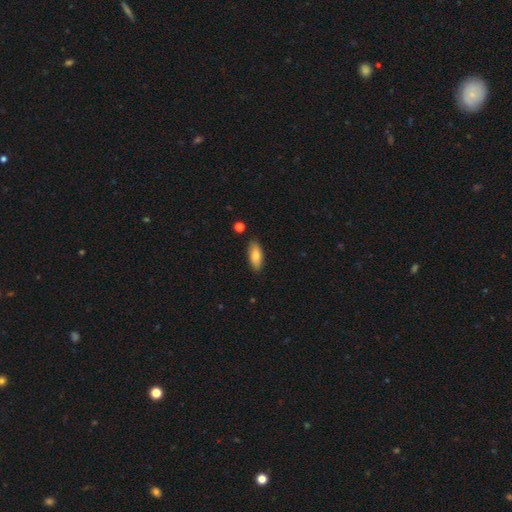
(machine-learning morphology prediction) Smooth or featured? Predicted: smooth (p=0.79). How rounded? Predicted: in between (p=0.80). Merging? Predicted: none (p=0.86).